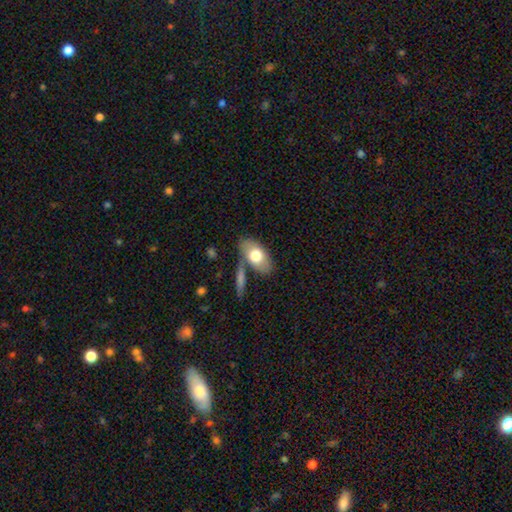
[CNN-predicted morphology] A smooth galaxy with no disk features (69%) that is in between round and cigar-shaped (90%). Merging: none (64%).